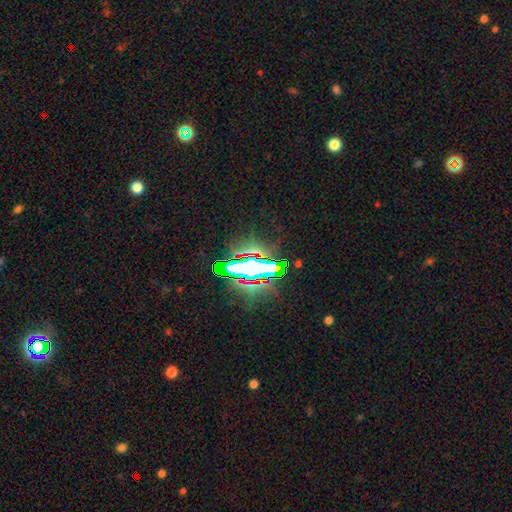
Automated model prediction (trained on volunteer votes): A star or artifact, not a galaxy (65%).